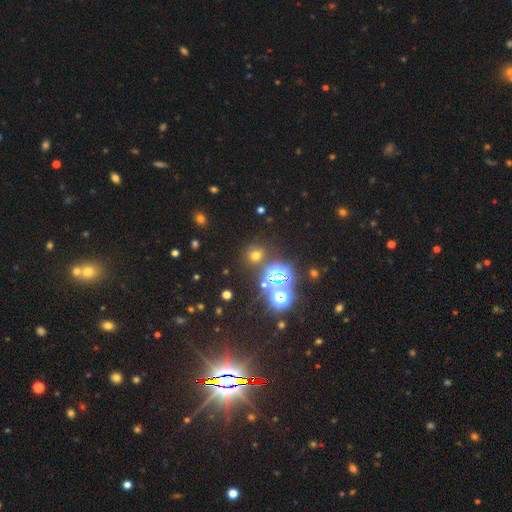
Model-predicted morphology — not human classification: Smooth or featured?
  - smooth: 50% *
  - star or artifact: 42%
  - featured or disk: 8%
Merging?
  - none: 81% *
  - minor disturbance: 9%
  - merger: 6%
  - major disturbance: 4%